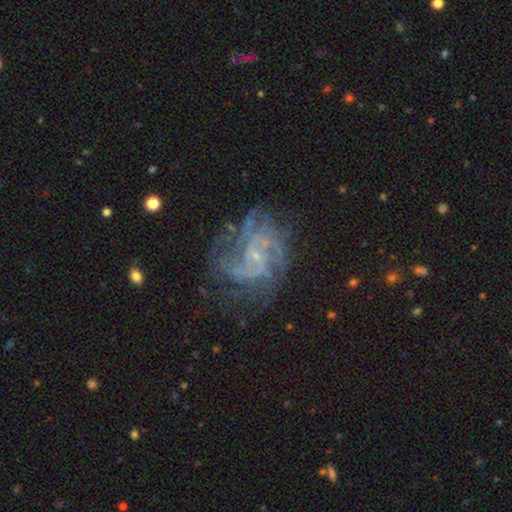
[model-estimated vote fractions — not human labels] smooth_or_featured: featured or disk (p=0.82) [alt: star or artifact p=0.10]
disk_edge_on: no (p=0.98) [alt: yes p=0.02]
bar: no (p=0.65) [alt: weak p=0.29]
has_spiral_arms: yes (p=0.93) [alt: no p=0.07]
spiral_winding: medium (p=0.44) [alt: tight p=0.41]
spiral_arm_count: can't tell (p=0.28) [alt: 3 p=0.22]
bulge_size: small (p=0.79) [alt: moderate p=0.10]
merging: none (p=0.61) [alt: minor disturbance p=0.19]